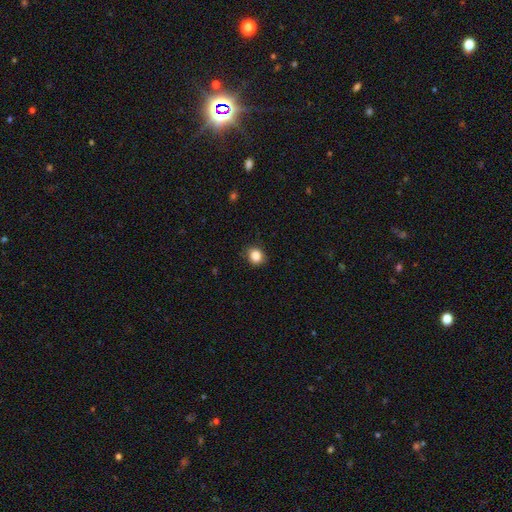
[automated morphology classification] smooth 87%, star or artifact 10%, featured or disk 4%. Down the decision tree: how rounded — round (70%); merging — none (83%).